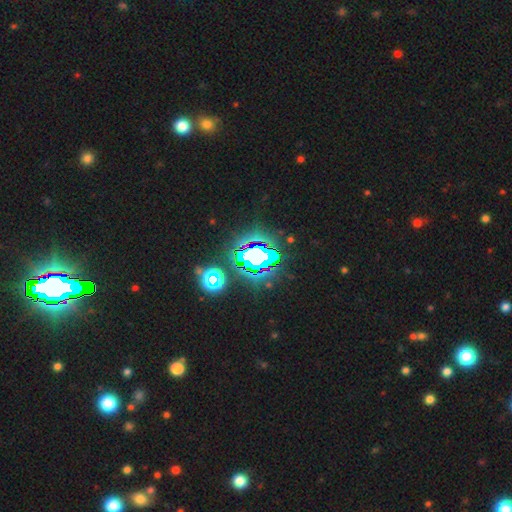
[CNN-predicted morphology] Smooth or featured?
  - star or artifact: 71% *
  - smooth: 15%
  - featured or disk: 14%